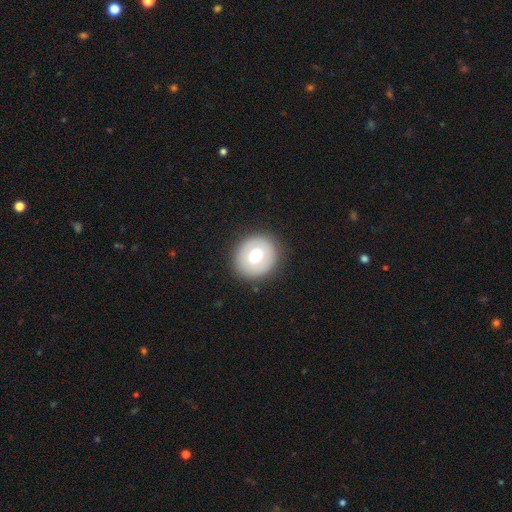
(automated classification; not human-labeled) A smooth galaxy with no disk features (65%) that is round (85%).

Vote fractions:
- Smooth or featured? smooth: 65% / featured or disk: 26% / star or artifact: 9%
- How rounded? round: 85% / in between: 14% / cigar-shaped: 1%
- Merging? none: 89% / minor disturbance: 7% / major disturbance: 3% / merger: 1%